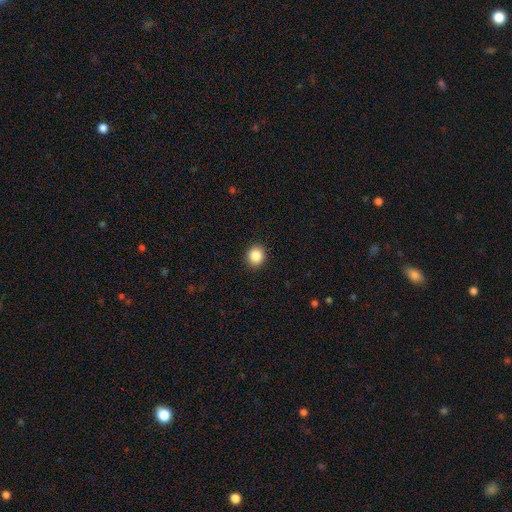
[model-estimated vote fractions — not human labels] smooth-or-featured: smooth: 86% | star or artifact: 10% | featured or disk: 4%
  how-rounded: round: 81% | in between: 18% | cigar-shaped: 1%
  merging: none: 92% | minor disturbance: 6% | major disturbance: 2% | merger: 1%